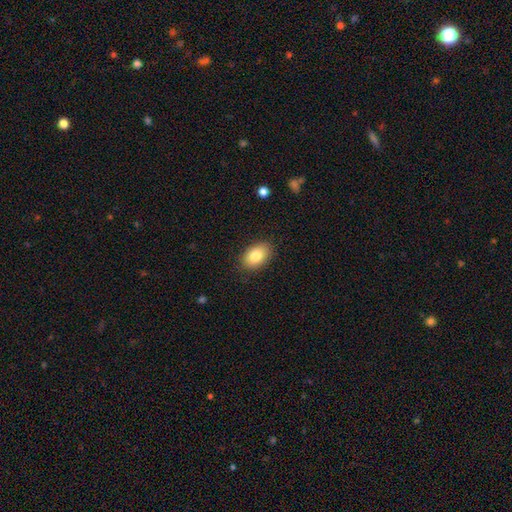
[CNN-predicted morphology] This appears to be a smooth galaxy with no disk features (83%) that is in between round and cigar-shaped (88%). Merging: none (86%).